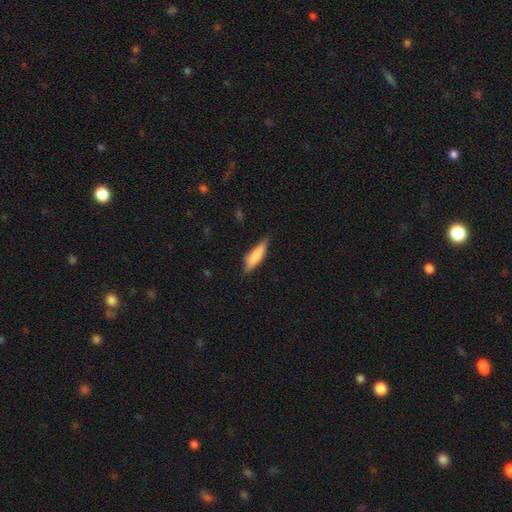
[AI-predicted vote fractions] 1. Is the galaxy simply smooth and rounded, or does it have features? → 71% smooth, 22% featured or disk, 6% star or artifact.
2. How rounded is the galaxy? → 61% cigar-shaped, 37% in between, 2% round.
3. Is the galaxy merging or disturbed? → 71% none, 22% minor disturbance, 4% major disturbance, 2% merger.